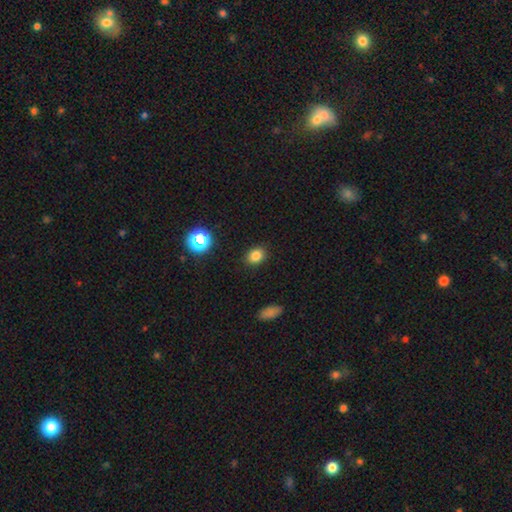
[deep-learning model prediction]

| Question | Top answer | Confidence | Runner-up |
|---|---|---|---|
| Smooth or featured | smooth | 81% | star or artifact (14%) |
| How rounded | in between | 55% | round (43%) |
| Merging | none | 87% | minor disturbance (9%) |